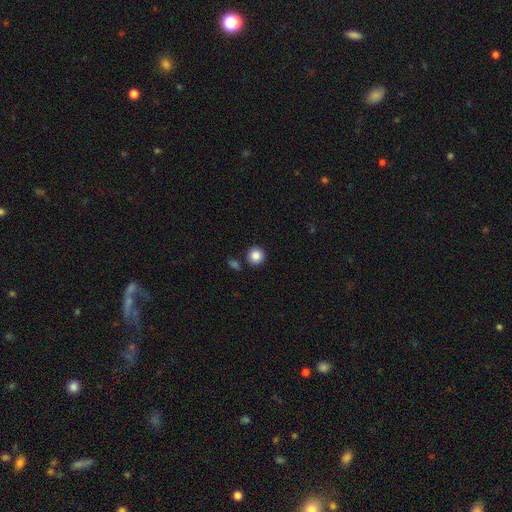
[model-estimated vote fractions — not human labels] Smooth or featured?
  - smooth: 86% *
  - star or artifact: 9%
  - featured or disk: 4%
How rounded?
  - round: 94% *
  - in between: 5%
  - cigar-shaped: 1%
Merging?
  - none: 86% *
  - minor disturbance: 7%
  - merger: 5%
  - major disturbance: 2%